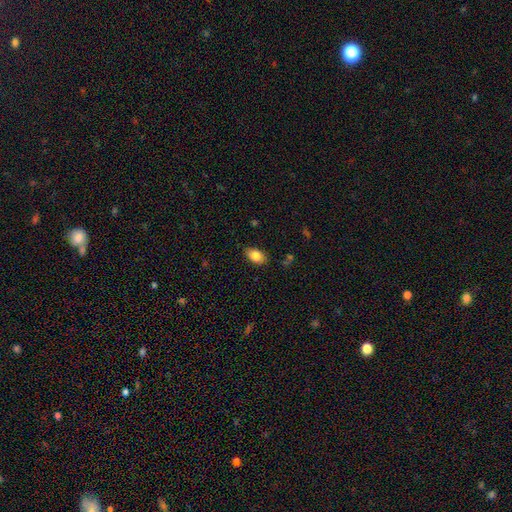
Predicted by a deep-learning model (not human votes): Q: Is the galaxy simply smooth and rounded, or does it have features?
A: smooth — 84%.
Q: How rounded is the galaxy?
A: in between — 90%.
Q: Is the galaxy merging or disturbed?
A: none — 83%.